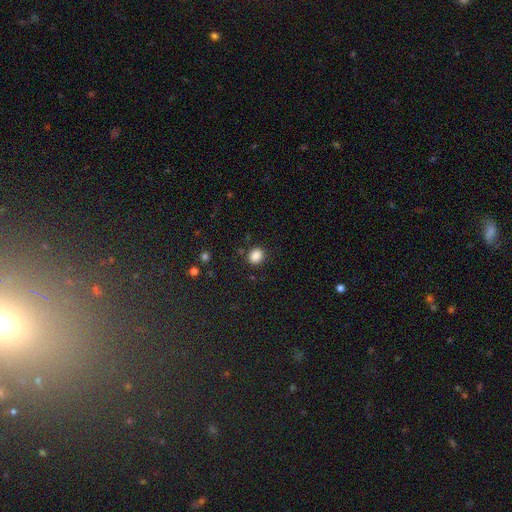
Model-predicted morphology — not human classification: smooth_or_featured: smooth (p=0.87) [alt: star or artifact p=0.10]
how_rounded: round (p=0.60) [alt: in between p=0.39]
merging: none (p=0.86) [alt: minor disturbance p=0.09]